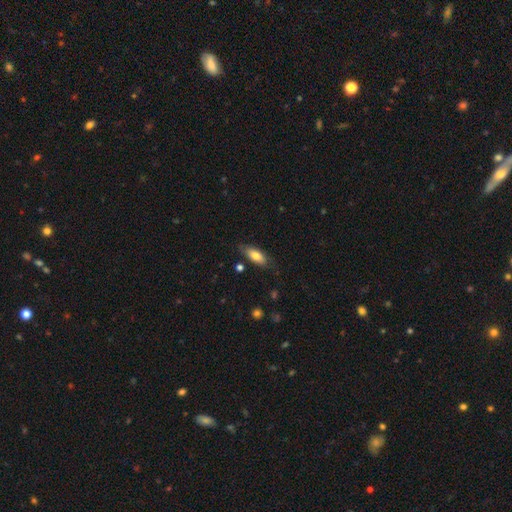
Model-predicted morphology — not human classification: Smooth or featured: smooth — 75% (featured or disk — 18%)
How rounded: in between — 77% (cigar-shaped — 21%)
Merging: none — 75% (minor disturbance — 19%)